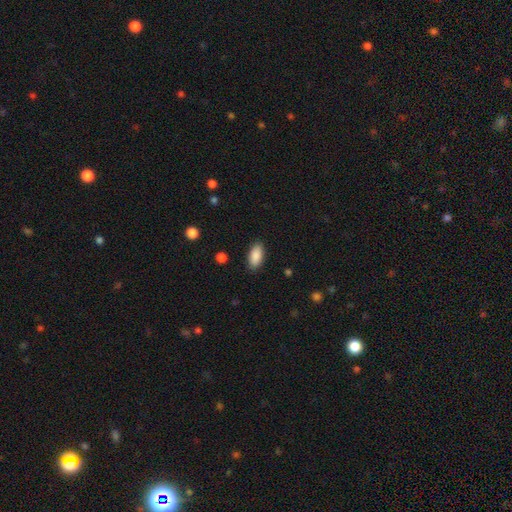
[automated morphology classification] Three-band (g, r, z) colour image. It shows a smooth galaxy with no disk features (89%) that is in between round and cigar-shaped (92%). Merging: none (88%).